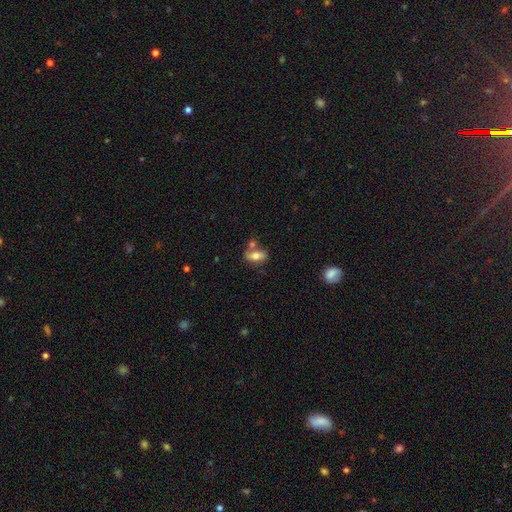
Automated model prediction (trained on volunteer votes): Overall: smooth (67%). How rounded: in between (84%). Merging: none (56%; merger 22%).